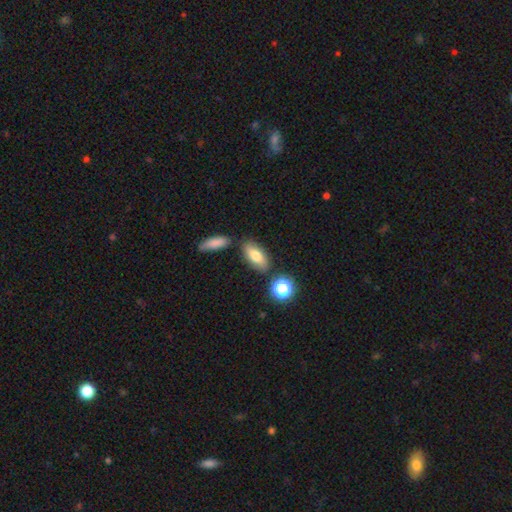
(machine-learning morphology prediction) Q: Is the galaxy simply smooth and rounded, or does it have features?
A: smooth — 73%.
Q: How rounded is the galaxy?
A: in between — 80%.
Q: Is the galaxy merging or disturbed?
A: none — 77%.